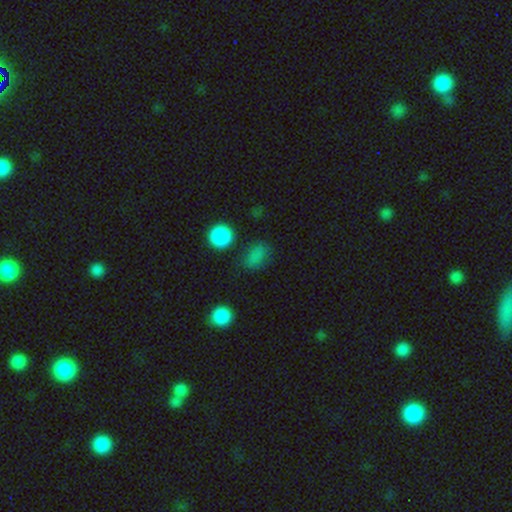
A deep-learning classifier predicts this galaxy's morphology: This appears to be a smooth galaxy with no disk features (79%) that is in between round and cigar-shaped (66%). Merging: none (69%).